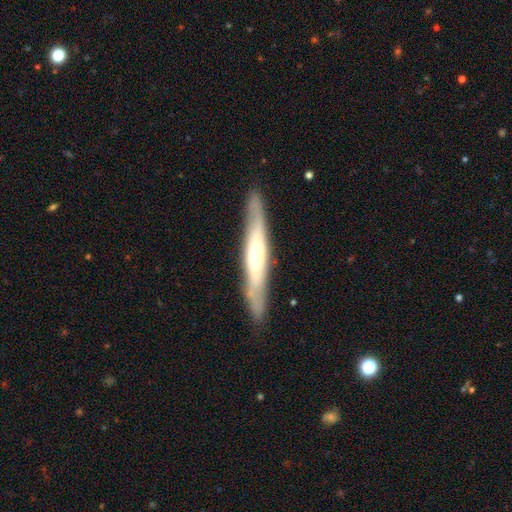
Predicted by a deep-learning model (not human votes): Overall: featured or disk (60%; smooth 35%). Edge-on disk: yes (81%). Merging: none (86%).